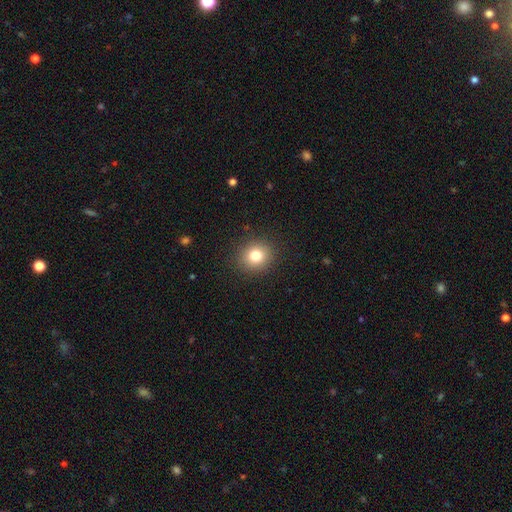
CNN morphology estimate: This is likely a smooth galaxy (79%). How rounded: clearly round (83%). Merging: clearly none (90%).